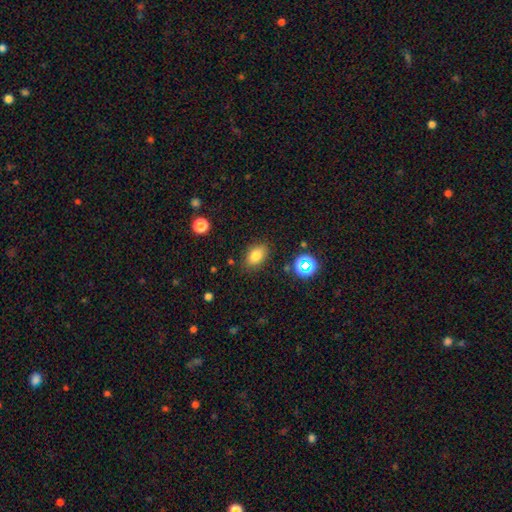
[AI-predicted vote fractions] smooth 79%, star or artifact 12%, featured or disk 9%. Down the decision tree: how rounded — in between (83%); merging — none (83%).